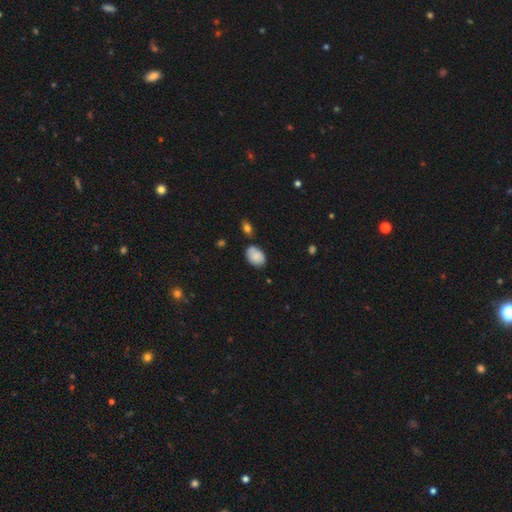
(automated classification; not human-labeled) Smooth or featured? Predicted: smooth (p=0.83). How rounded? Predicted: in between (p=0.82). Merging? Predicted: none (p=0.68).